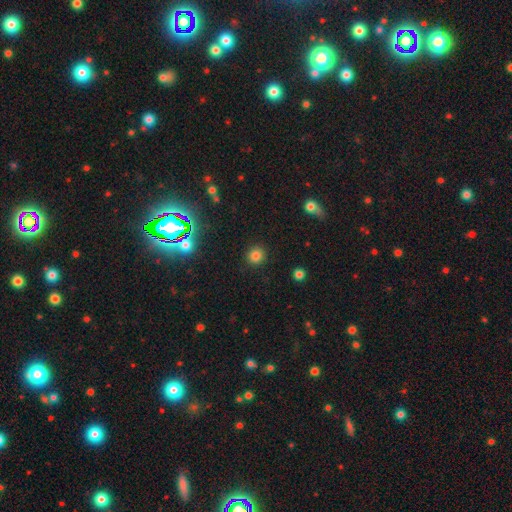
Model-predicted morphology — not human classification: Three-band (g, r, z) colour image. It shows a smooth galaxy with no disk features (81%) that is round (91%). Merging: none (91%).